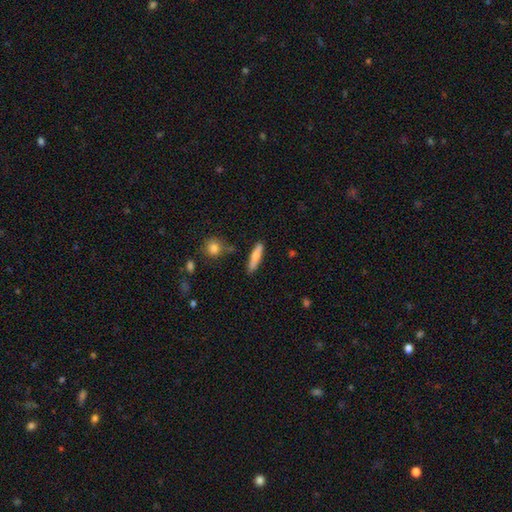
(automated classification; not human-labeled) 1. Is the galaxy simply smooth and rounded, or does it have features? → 67% smooth, 27% featured or disk, 6% star or artifact.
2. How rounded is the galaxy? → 80% cigar-shaped, 18% in between, 2% round.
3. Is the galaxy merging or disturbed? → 83% none, 11% minor disturbance, 4% merger, 2% major disturbance.